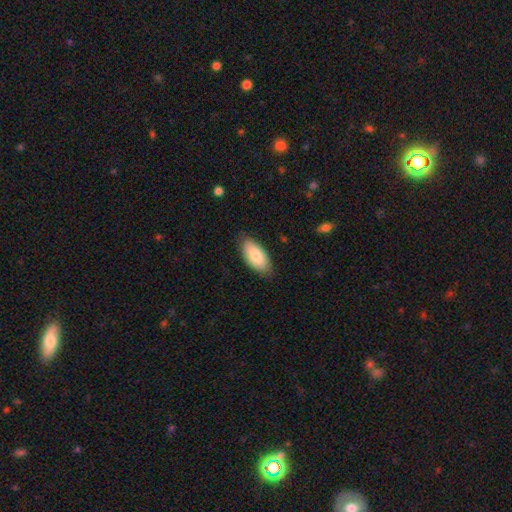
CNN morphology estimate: smooth-or-featured: smooth: 81% | featured or disk: 13% | star or artifact: 6%
  how-rounded: in between: 93% | cigar-shaped: 5% | round: 2%
  merging: none: 82% | minor disturbance: 15% | major disturbance: 2% | merger: 1%